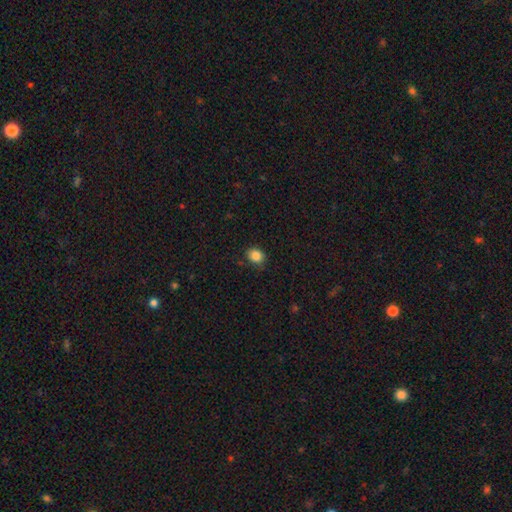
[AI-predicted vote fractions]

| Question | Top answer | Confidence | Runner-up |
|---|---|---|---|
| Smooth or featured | smooth | 86% | star or artifact (10%) |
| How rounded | round | 57% | in between (43%) |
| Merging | none | 81% | minor disturbance (14%) |